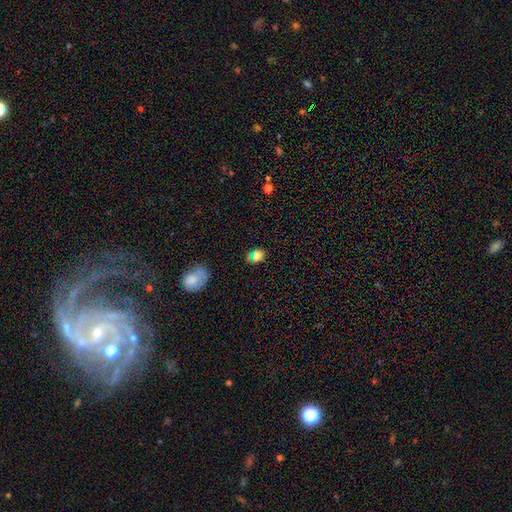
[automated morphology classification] Smooth or featured? Predicted: smooth (p=0.70). How rounded? Predicted: in between (p=0.52). Merging? Predicted: none (p=0.82).